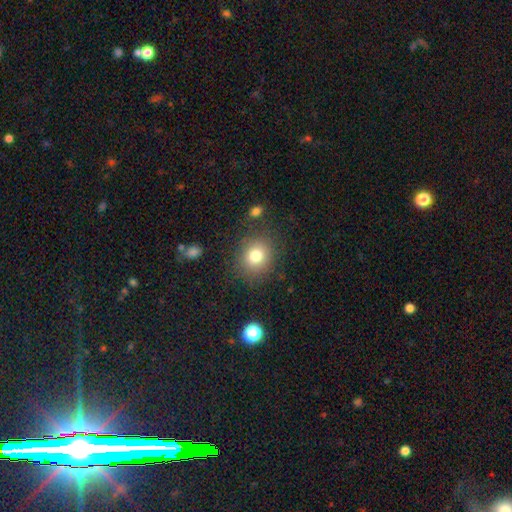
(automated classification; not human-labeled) The model was most divided on "how rounded": round: 75%, in between: 24%, cigar-shaped: 1%. More confident: merging — none (84%); smooth or featured — smooth (79%).